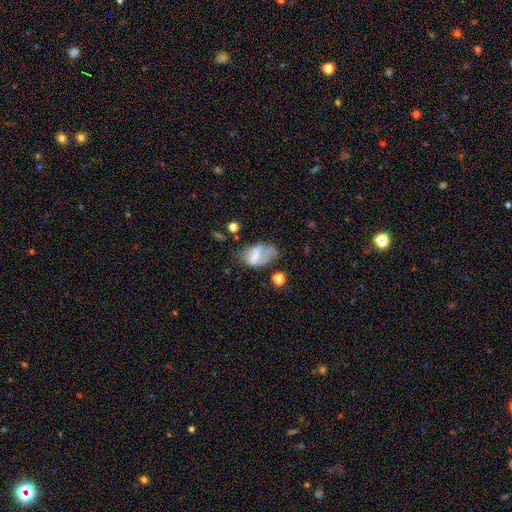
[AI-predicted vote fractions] A smooth galaxy with no disk features (58%) that is in between round and cigar-shaped (89%). Merging: none (36%).